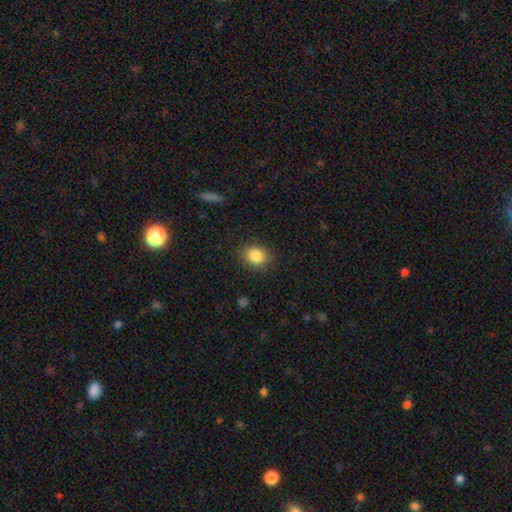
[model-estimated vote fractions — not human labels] Smooth or featured: smooth — 85% (star or artifact — 10%)
How rounded: round — 63% (in between — 36%)
Merging: none — 86% (minor disturbance — 10%)